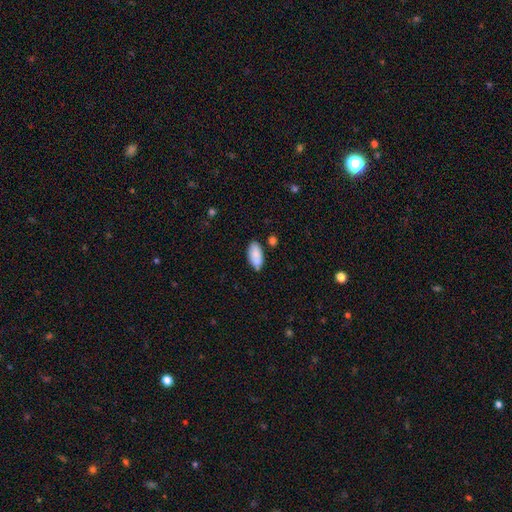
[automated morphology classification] The model was most divided on "merging": none: 73%, minor disturbance: 17%, merger: 7%, major disturbance: 3%. More confident: how rounded — in between (92%); smooth or featured — smooth (84%).